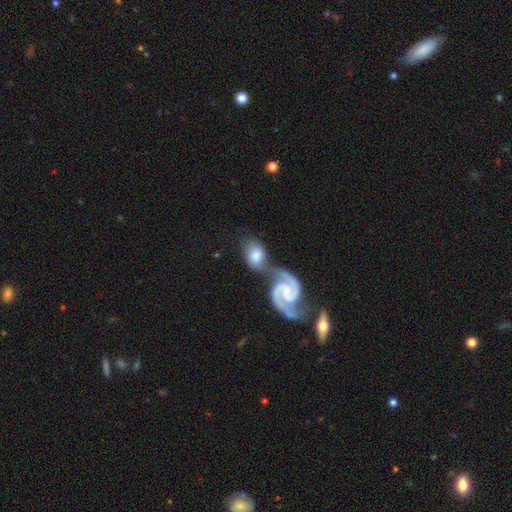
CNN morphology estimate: This is possibly a featured or disk galaxy (49%). Merging: possibly merger (59%).